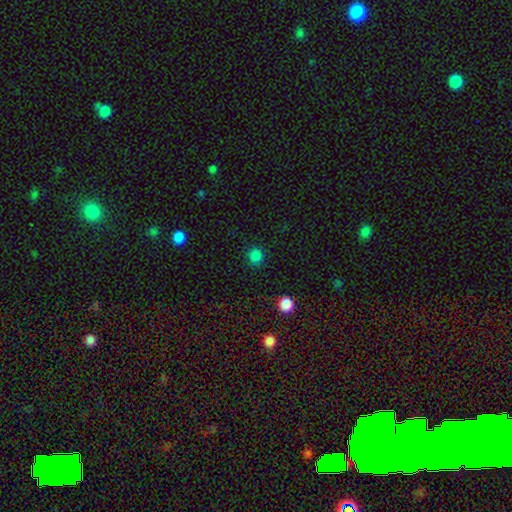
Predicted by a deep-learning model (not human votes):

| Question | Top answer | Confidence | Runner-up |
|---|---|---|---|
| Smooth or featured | smooth | 81% | star or artifact (16%) |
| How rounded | round | 89% | in between (10%) |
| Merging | none | 89% | minor disturbance (7%) |